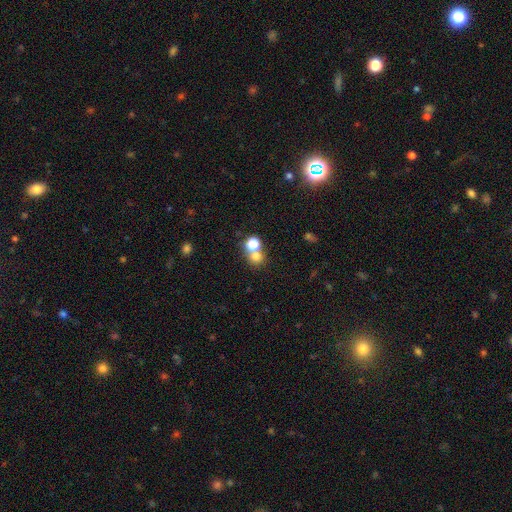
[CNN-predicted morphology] The model was most divided on "merging": none: 46%, merger: 44%, minor disturbance: 6%, major disturbance: 4%. More confident: how rounded — round (82%); smooth or featured — smooth (73%).